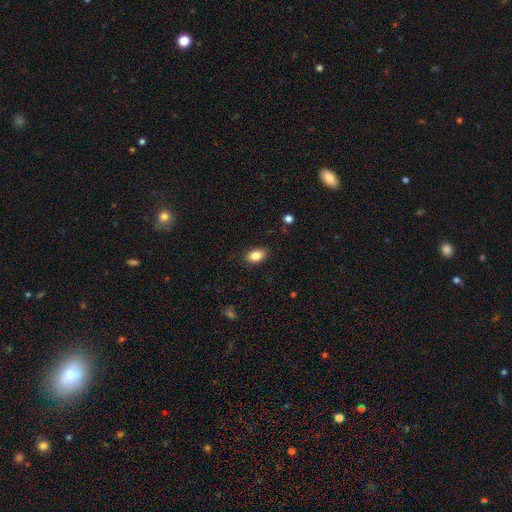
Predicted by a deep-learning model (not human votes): Smooth or featured? smooth (84%)
How rounded? in between (90%)
Merging? none (87%)